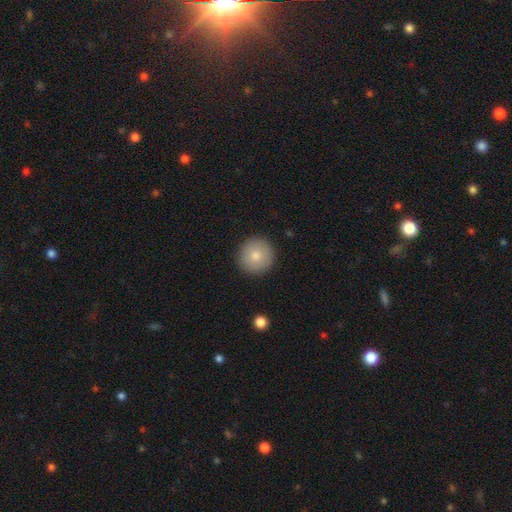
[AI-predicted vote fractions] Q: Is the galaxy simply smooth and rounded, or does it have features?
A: smooth — 83%.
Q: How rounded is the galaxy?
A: round — 95%.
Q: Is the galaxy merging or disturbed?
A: none — 91%.